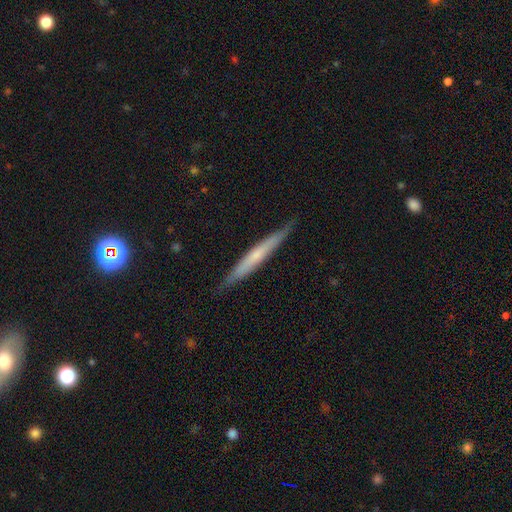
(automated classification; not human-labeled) Morphology: type=featured or disk (49%); merging=none (86%).